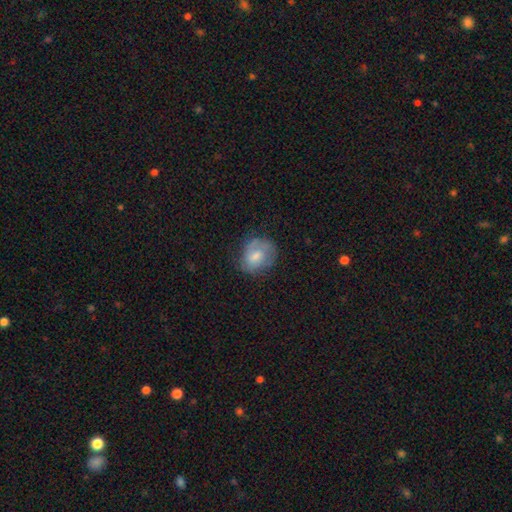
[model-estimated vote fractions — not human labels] The model was most divided on "how rounded": round: 56%, in between: 43%, cigar-shaped: 1%. More confident: merging — none (60%); smooth or featured — smooth (55%).